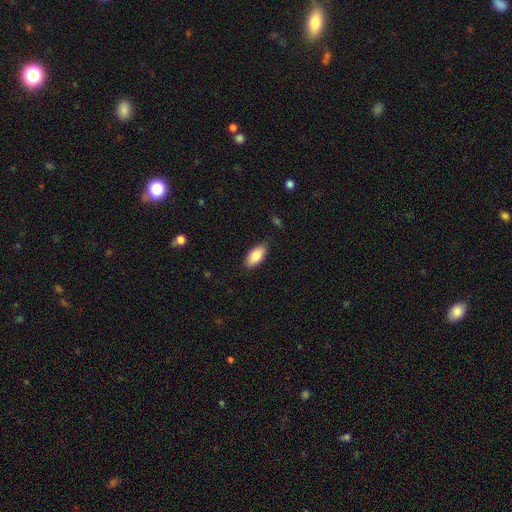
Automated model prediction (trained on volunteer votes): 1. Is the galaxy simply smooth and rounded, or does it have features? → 86% smooth, 8% featured or disk, 6% star or artifact.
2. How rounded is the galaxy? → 91% in between, 7% cigar-shaped, 2% round.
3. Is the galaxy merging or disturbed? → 85% none, 12% minor disturbance, 2% major disturbance, 1% merger.